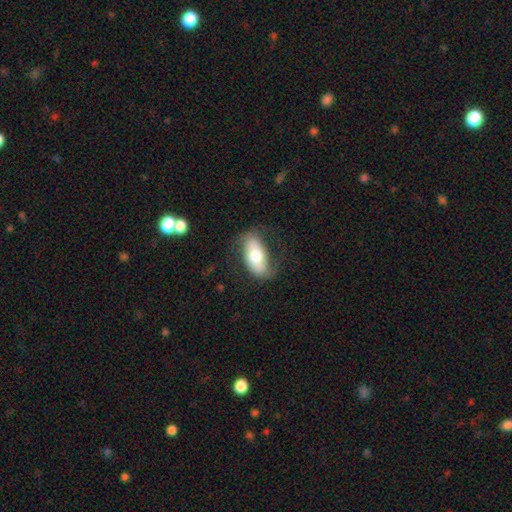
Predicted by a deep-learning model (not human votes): A smooth galaxy with no disk features (57%) that is in between round and cigar-shaped (91%).

Vote fractions:
- Smooth or featured? smooth: 57% / featured or disk: 37% / star or artifact: 6%
- How rounded? in between: 91% / cigar-shaped: 5% / round: 4%
- Merging? none: 66% / minor disturbance: 21% / major disturbance: 12% / merger: 2%